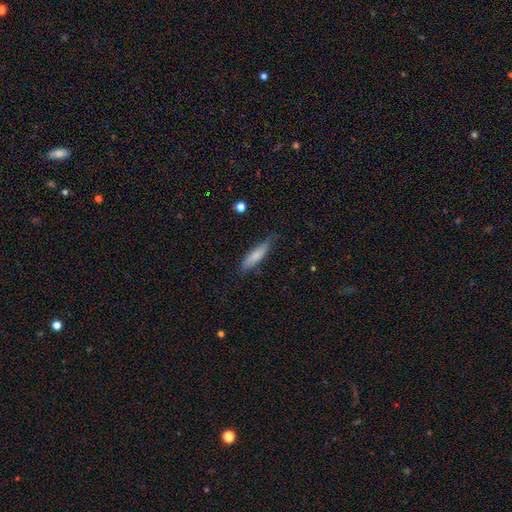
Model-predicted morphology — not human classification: smooth_or_featured: smooth (p=0.75) [alt: featured or disk p=0.19]
how_rounded: cigar-shaped (p=0.73) [alt: in between p=0.26]
merging: none (p=0.71) [alt: minor disturbance p=0.23]